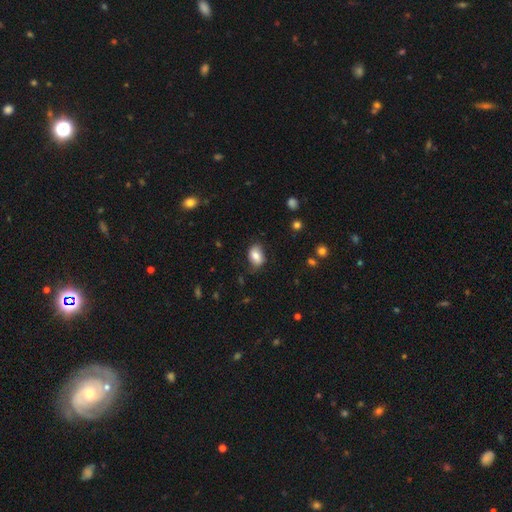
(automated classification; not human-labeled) Q: Smooth or featured?
A: smooth (79%); runner-up: featured or disk (13%)
Q: How rounded?
A: in between (84%); runner-up: round (14%)
Q: Merging?
A: none (73%); runner-up: minor disturbance (20%)